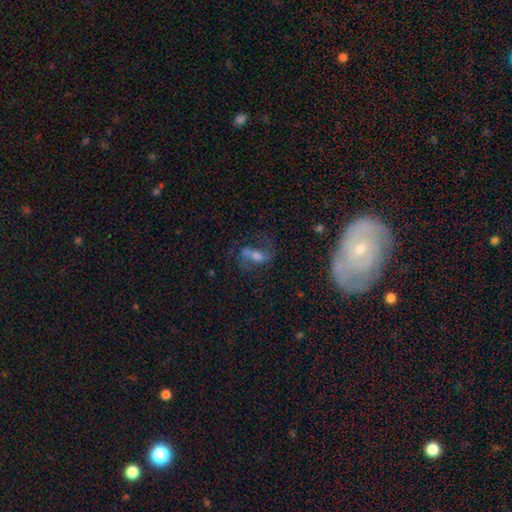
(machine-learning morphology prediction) Q: Smooth or featured?
A: featured or disk (63%); runner-up: smooth (23%)
Q: Edge-on disk?
A: no (92%); runner-up: yes (8%)
Q: Bar?
A: weak (40%); runner-up: no (31%)
Q: Spiral arms?
A: yes (83%); runner-up: no (17%)
Q: Bulge size?
A: moderate (45%); runner-up: small (28%)
Q: Merging?
A: none (52%); runner-up: major disturbance (20%)